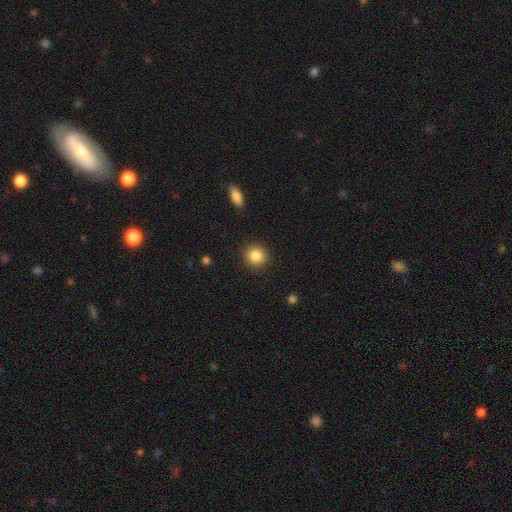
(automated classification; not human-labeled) This is clearly a smooth galaxy (86%). How rounded: clearly round (90%). Merging: clearly none (91%).